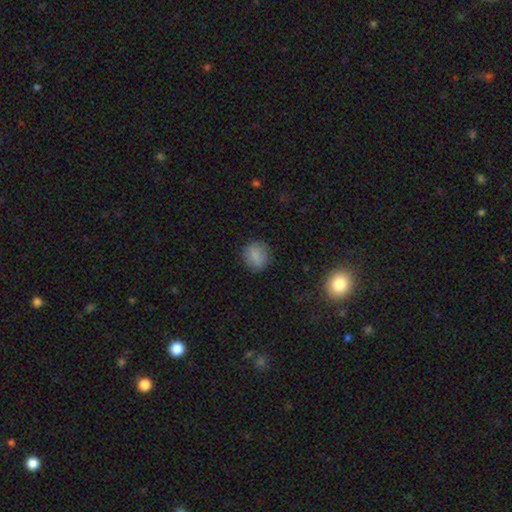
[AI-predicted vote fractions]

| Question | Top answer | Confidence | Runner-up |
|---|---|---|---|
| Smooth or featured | smooth | 84% | star or artifact (10%) |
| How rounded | round | 75% | in between (24%) |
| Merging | none | 85% | minor disturbance (11%) |